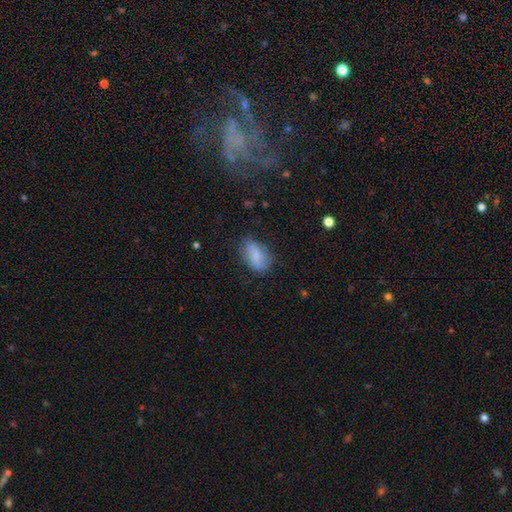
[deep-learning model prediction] Overall: smooth (79%). How rounded: in between (89%). Merging: none (66%).